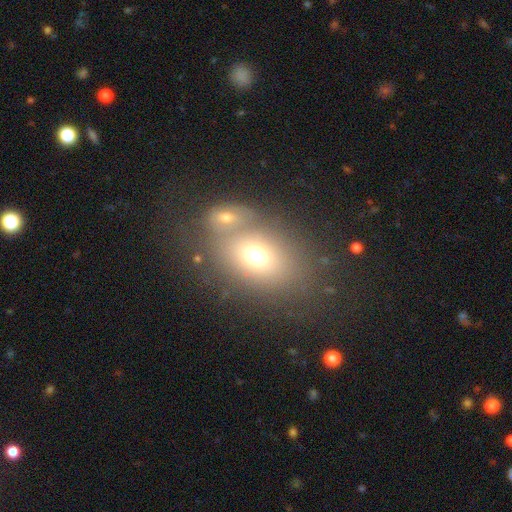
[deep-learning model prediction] smooth-or-featured: smooth: 69% | featured or disk: 18% | star or artifact: 14%
  how-rounded: in between: 66% | round: 32% | cigar-shaped: 1%
  merging: none: 46% | merger: 35% | minor disturbance: 12% | major disturbance: 7%